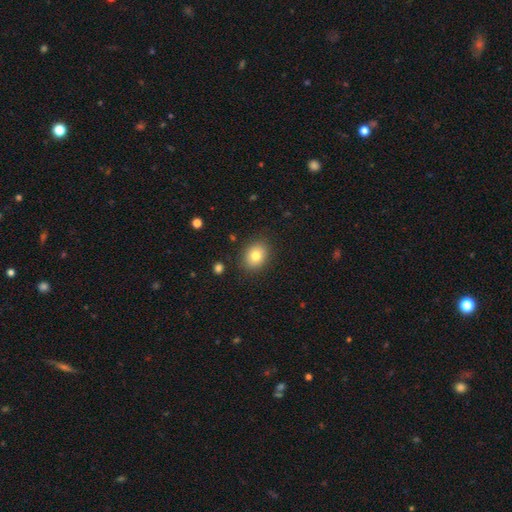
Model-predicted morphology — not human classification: Overall: smooth (80%). How rounded: in between (52%; round 47%). Merging: none (87%).